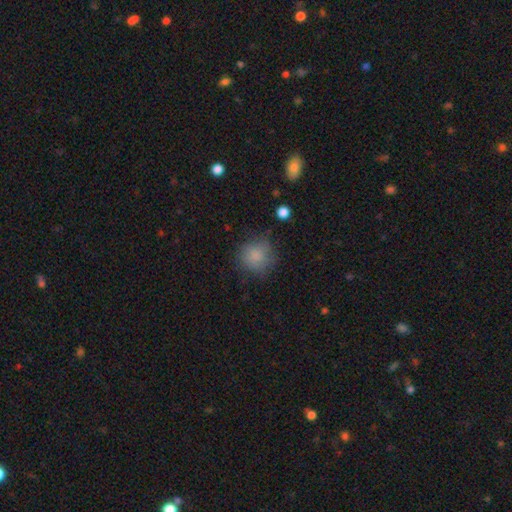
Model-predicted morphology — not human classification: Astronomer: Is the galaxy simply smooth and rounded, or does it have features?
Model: smooth — 82%.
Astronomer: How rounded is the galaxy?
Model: round — 88%.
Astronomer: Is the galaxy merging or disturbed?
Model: none — 72%.